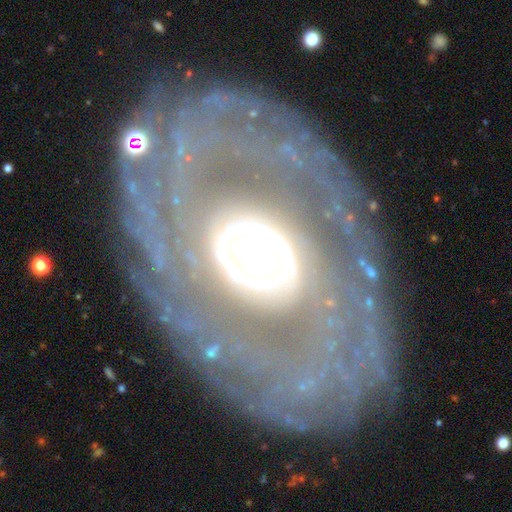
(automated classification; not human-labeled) Smooth or featured? Predicted: featured or disk (p=0.86). Edge-on disk? Predicted: no (p=0.95). Bar? Predicted: no (p=0.76). Spiral arms? Predicted: yes (p=0.72). Spiral winding? Predicted: tight (p=0.62). Spiral arm count? Predicted: can't tell (p=0.32). Bulge size? Predicted: moderate (p=0.52). Merging? Predicted: none (p=0.69).